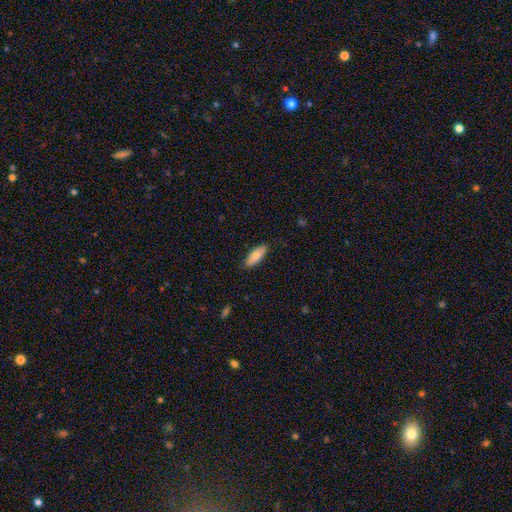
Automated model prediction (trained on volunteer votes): smooth_or_featured: smooth (p=0.81) [alt: featured or disk p=0.13]
how_rounded: in between (p=0.76) [alt: cigar-shaped p=0.22]
merging: none (p=0.85) [alt: minor disturbance p=0.12]